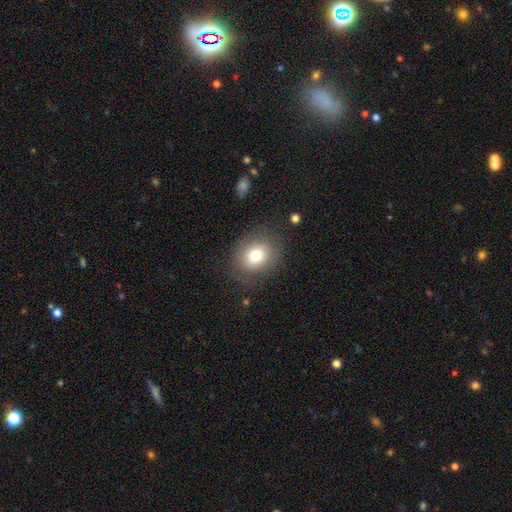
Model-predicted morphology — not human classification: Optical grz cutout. It shows a smooth galaxy with no disk features (76%) that is round (62%). Merging: none (81%).